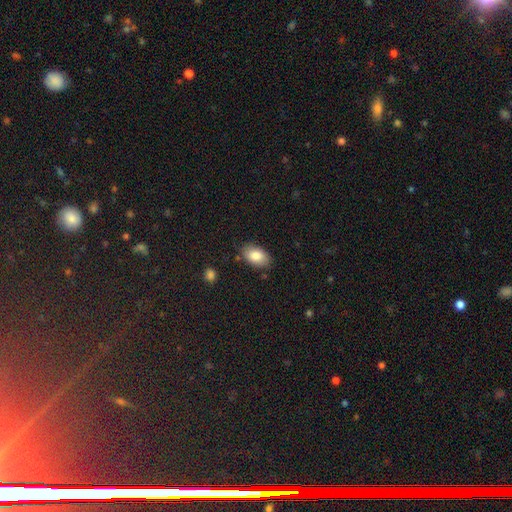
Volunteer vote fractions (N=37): Morphology: type=smooth (84%); roundness=in between (90%); merging=none (78%).